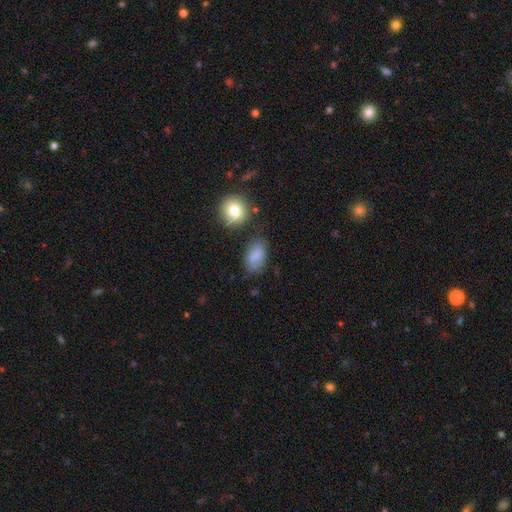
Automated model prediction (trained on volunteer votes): Smooth or featured: smooth — 79% (featured or disk — 11%)
How rounded: in between — 89% (round — 9%)
Merging: none — 64% (minor disturbance — 23%)